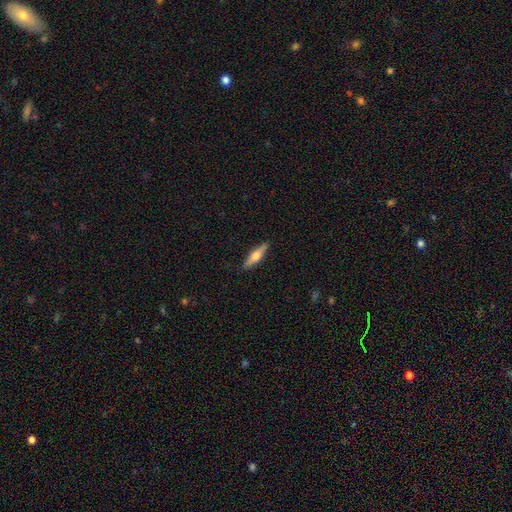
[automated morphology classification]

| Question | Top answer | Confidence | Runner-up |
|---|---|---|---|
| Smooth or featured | featured or disk | 53% | smooth (41%) |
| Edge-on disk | yes | 95% | no (5%) |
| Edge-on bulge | rounded | 93% | boxy (4%) |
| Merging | none | 90% | minor disturbance (8%) |